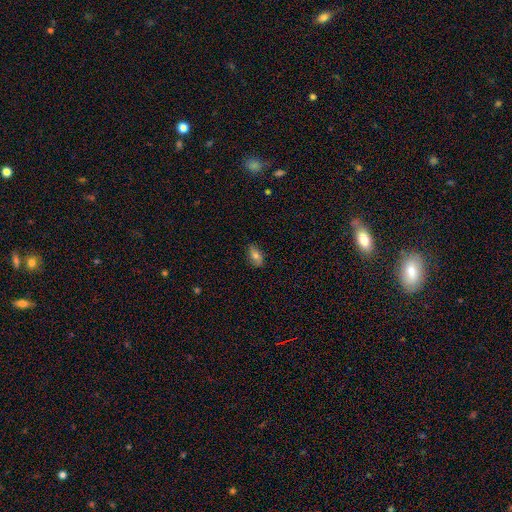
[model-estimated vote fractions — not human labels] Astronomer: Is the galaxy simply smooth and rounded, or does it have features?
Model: smooth — 72%.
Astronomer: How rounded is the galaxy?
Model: in between — 91%.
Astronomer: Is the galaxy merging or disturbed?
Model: none — 80%.